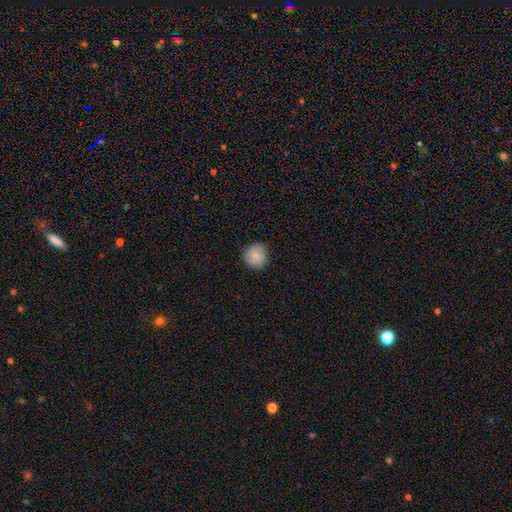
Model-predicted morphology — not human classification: smooth 87%, star or artifact 7%, featured or disk 6%. Down the decision tree: how rounded — round (92%); merging — none (85%).